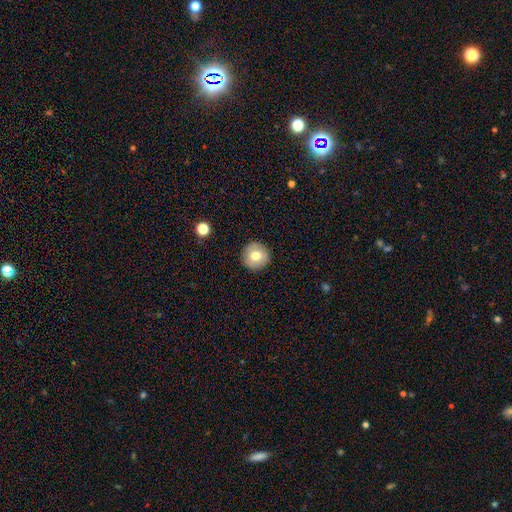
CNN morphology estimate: type=smooth (74%); roundness=round (94%); merging=none (91%).